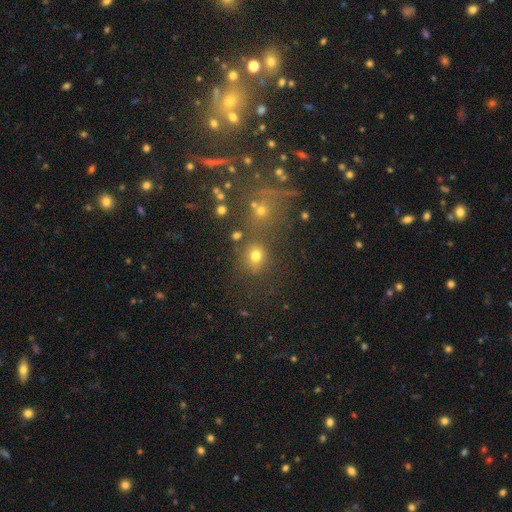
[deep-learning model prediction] This is likely a smooth galaxy (72%). How rounded: clearly round (80%). Merging: likely none (70%).